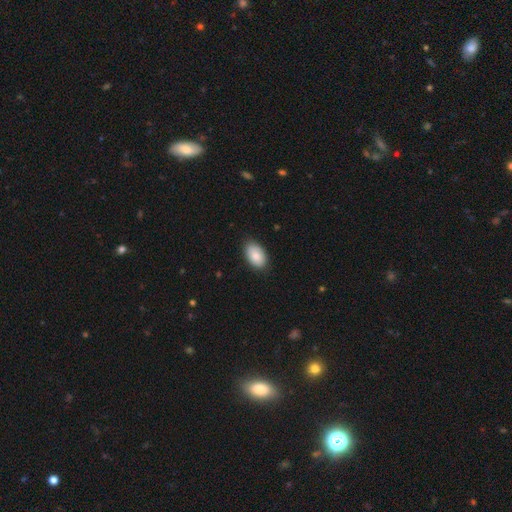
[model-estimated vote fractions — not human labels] A smooth galaxy with no disk features (85%) that is in between round and cigar-shaped (93%). Merging: none (84%).